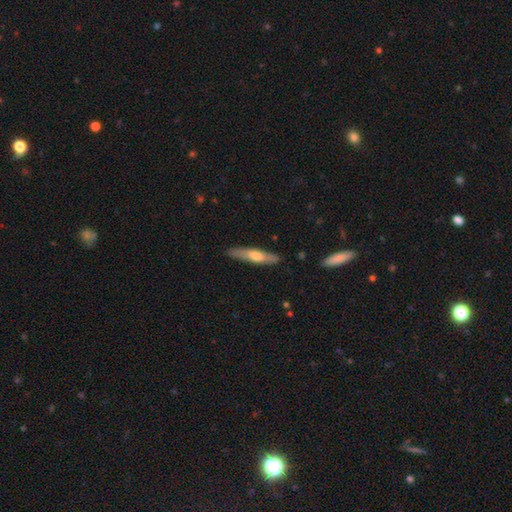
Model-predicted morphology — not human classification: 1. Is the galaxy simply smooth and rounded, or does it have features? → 49% smooth, 46% featured or disk, 5% star or artifact.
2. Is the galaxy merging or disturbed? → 86% none, 10% minor disturbance, 2% major disturbance, 1% merger.